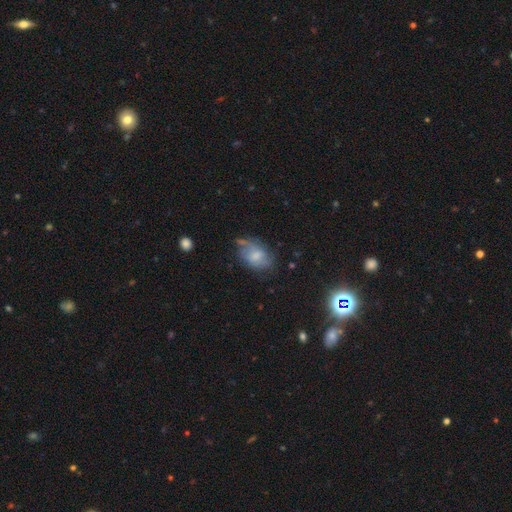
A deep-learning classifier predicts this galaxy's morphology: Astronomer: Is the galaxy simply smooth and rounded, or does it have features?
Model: smooth — 54% (runner-up: featured or disk, 38%).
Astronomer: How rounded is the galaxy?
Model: in between — 84%.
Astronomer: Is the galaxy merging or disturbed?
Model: none — 47% (runner-up: minor disturbance, 33%).